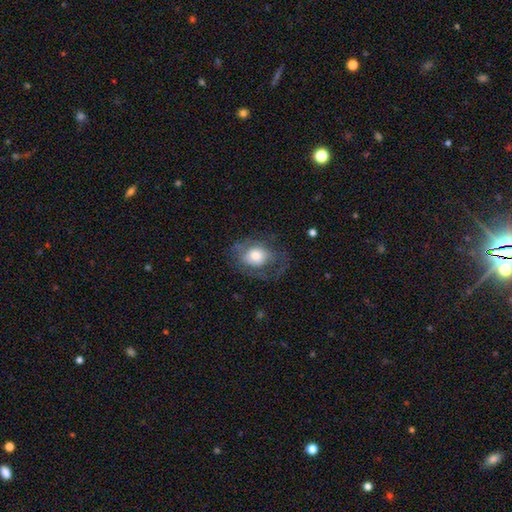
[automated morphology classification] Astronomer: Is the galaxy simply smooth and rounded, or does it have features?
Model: smooth — 58% (runner-up: featured or disk, 35%).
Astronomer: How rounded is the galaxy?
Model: in between — 54% (runner-up: round, 45%).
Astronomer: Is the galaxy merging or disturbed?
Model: none — 52%.